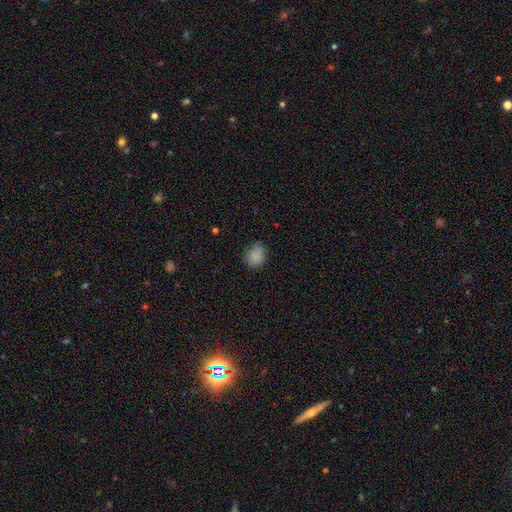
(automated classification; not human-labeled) Smooth or featured? smooth (86%)
How rounded? round (56%)
Merging? none (72%)